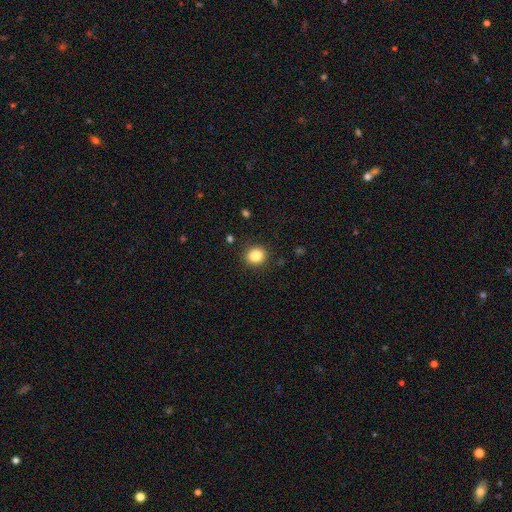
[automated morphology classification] Q: Smooth or featured?
A: smooth (85%); runner-up: star or artifact (10%)
Q: How rounded?
A: round (79%); runner-up: in between (21%)
Q: Merging?
A: none (88%); runner-up: minor disturbance (8%)